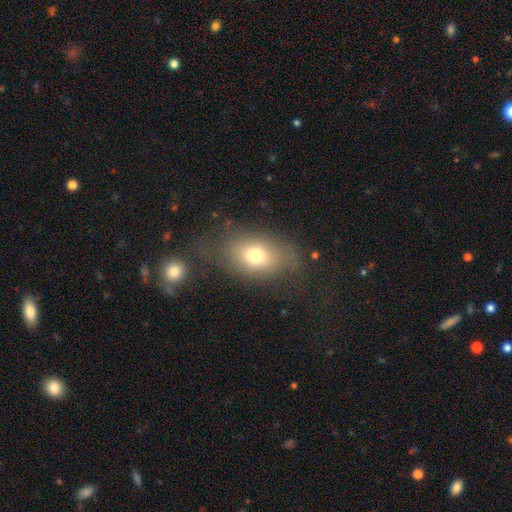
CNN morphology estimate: Smooth or featured: smooth — 72% (featured or disk — 16%)
How rounded: in between — 75% (round — 23%)
Merging: none — 59% (minor disturbance — 20%)